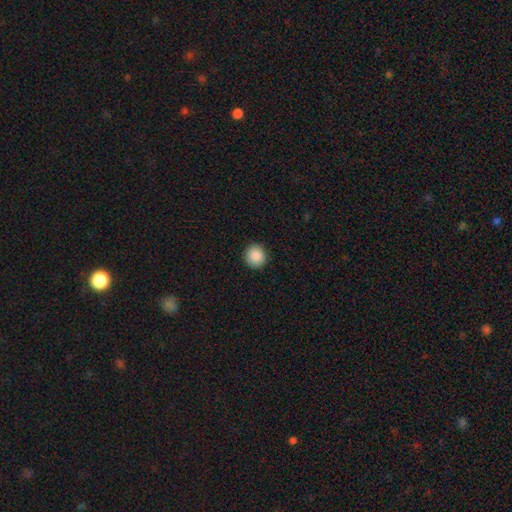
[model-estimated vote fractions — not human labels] smooth-or-featured: smooth: 89% | star or artifact: 8% | featured or disk: 3%
  how-rounded: round: 90% | in between: 9% | cigar-shaped: 1%
  merging: none: 91% | minor disturbance: 6% | major disturbance: 2% | merger: 1%